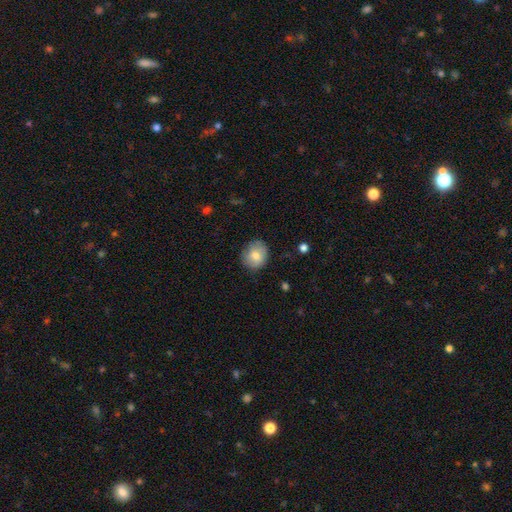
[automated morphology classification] Smooth or featured: smooth — 78% (featured or disk — 14%)
How rounded: round — 69% (in between — 30%)
Merging: none — 78% (minor disturbance — 17%)